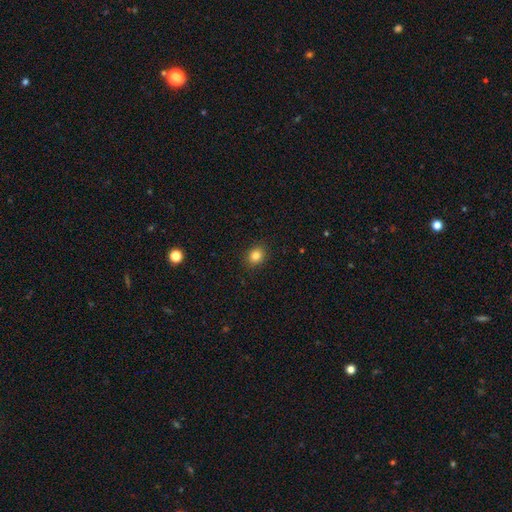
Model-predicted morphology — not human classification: smooth-or-featured: smooth: 83% | star or artifact: 11% | featured or disk: 5%
  how-rounded: round: 67% | in between: 33% | cigar-shaped: 1%
  merging: none: 89% | minor disturbance: 8% | major disturbance: 2% | merger: 1%